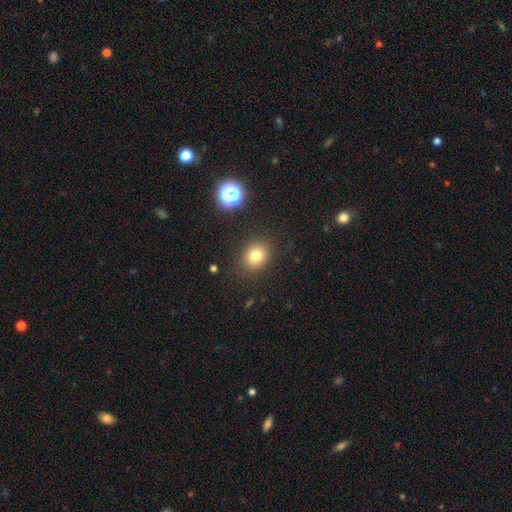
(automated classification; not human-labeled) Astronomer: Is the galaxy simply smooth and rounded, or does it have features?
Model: smooth — 77%.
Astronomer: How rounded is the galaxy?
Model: round — 67%.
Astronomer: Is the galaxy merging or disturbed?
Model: none — 86%.